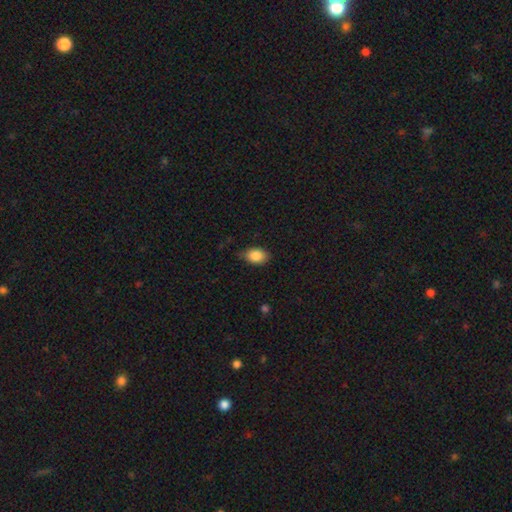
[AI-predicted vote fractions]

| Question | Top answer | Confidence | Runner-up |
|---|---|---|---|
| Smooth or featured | smooth | 87% | star or artifact (7%) |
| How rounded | in between | 84% | round (15%) |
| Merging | none | 75% | minor disturbance (20%) |